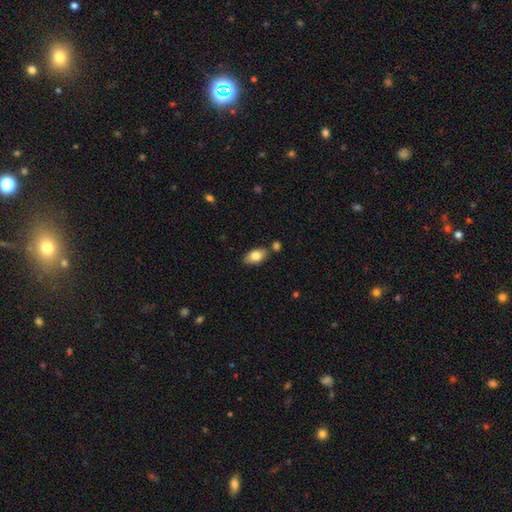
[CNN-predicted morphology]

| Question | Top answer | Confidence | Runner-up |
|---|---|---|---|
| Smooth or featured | smooth | 82% | featured or disk (11%) |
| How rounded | in between | 92% | round (5%) |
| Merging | none | 77% | minor disturbance (13%) |